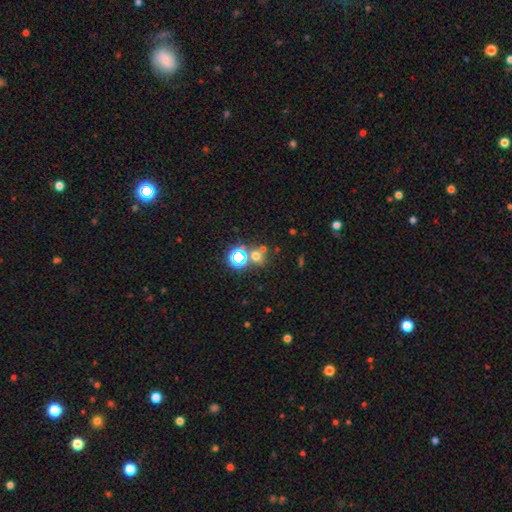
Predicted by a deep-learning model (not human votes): Overall: smooth (49%; star or artifact 42%). Merging: none (63%; merger 25%).